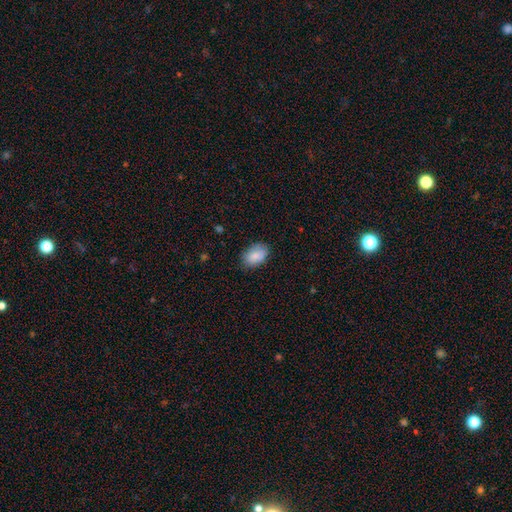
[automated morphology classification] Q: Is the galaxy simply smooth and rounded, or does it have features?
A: smooth — 87%.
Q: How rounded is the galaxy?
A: in between — 90%.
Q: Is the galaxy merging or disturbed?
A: none — 80%.